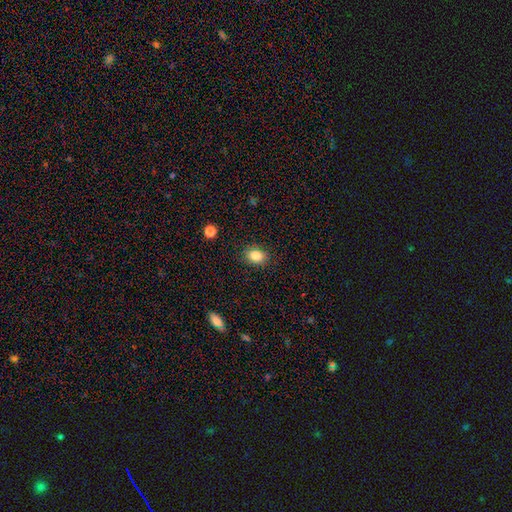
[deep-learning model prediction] This appears to be a smooth galaxy with no disk features (85%) that is in between round and cigar-shaped (65%). Merging: none (85%).